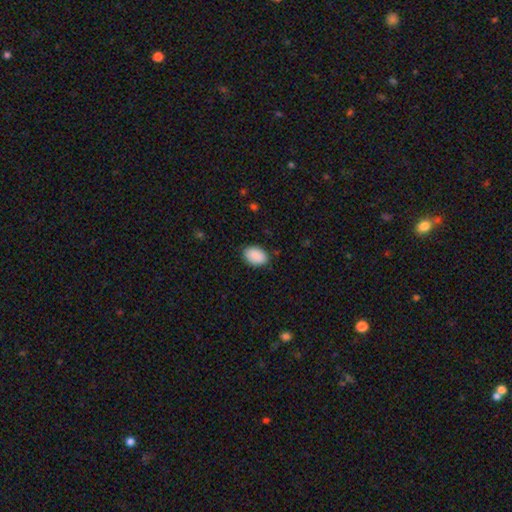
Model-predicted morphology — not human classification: This appears to be a smooth galaxy with no disk features (90%) that is in between round and cigar-shaped (87%). Merging: none (83%).